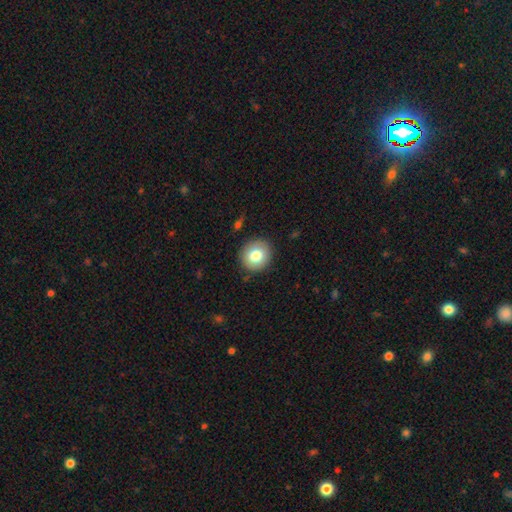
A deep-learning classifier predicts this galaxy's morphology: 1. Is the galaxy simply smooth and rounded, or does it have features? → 78% smooth, 13% featured or disk, 9% star or artifact.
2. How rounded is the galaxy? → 87% round, 12% in between, 1% cigar-shaped.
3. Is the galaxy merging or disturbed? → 89% none, 7% minor disturbance, 2% major disturbance, 1% merger.